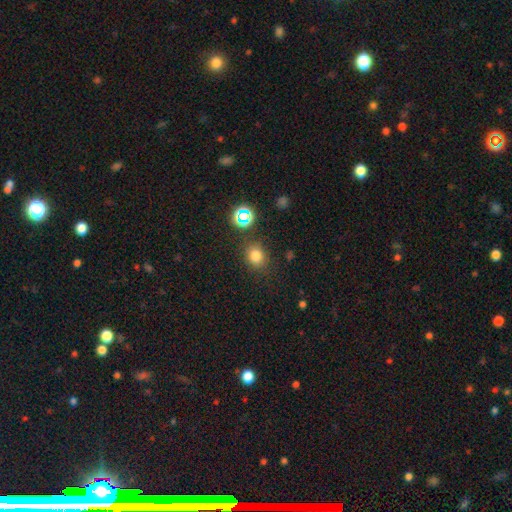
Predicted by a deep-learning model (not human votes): Smooth or featured?
  - smooth: 76% *
  - star or artifact: 18%
  - featured or disk: 6%
How rounded?
  - round: 69% *
  - in between: 30%
  - cigar-shaped: 1%
Merging?
  - none: 81% *
  - minor disturbance: 11%
  - merger: 4%
  - major disturbance: 4%